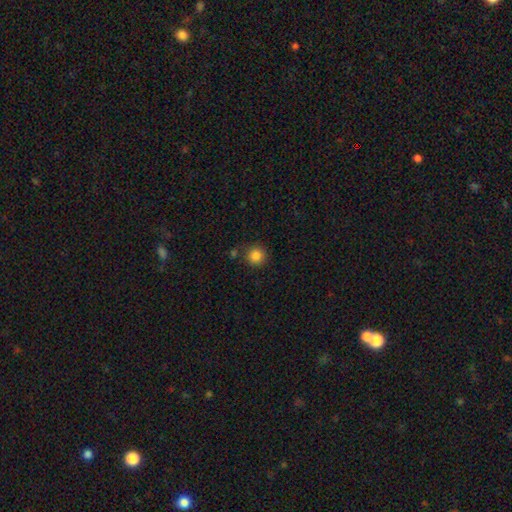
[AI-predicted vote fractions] smooth_or_featured: smooth (p=0.85) [alt: star or artifact p=0.11]
how_rounded: round (p=0.94) [alt: in between p=0.05]
merging: none (p=0.82) [alt: minor disturbance p=0.10]